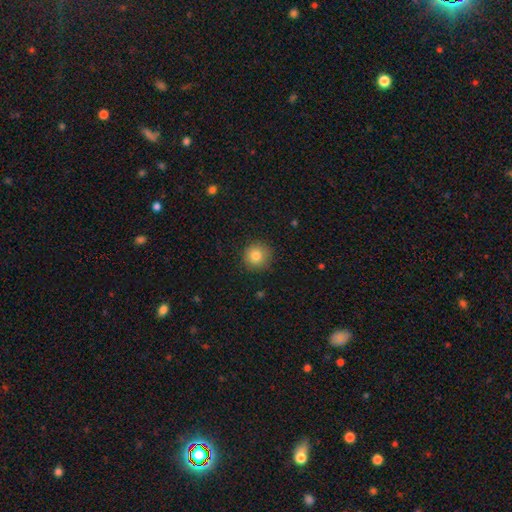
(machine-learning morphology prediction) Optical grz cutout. It shows a smooth galaxy with no disk features (83%) that is round (94%). Merging: none (89%).